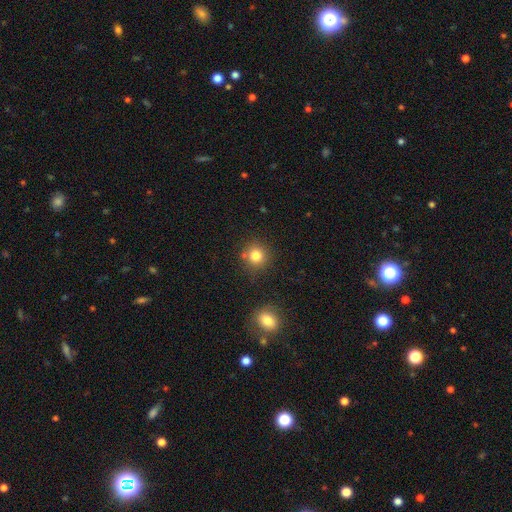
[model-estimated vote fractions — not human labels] This appears to be a smooth galaxy with no disk features (81%) that is round (91%). Merging: none (80%).